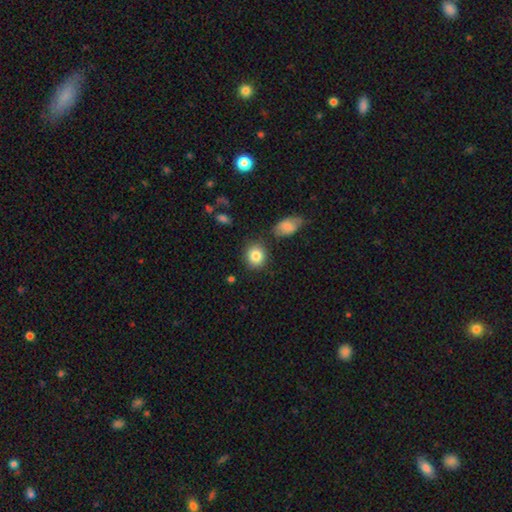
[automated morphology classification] This appears to be a smooth galaxy with no disk features (85%) that is round (77%). Merging: none (80%).